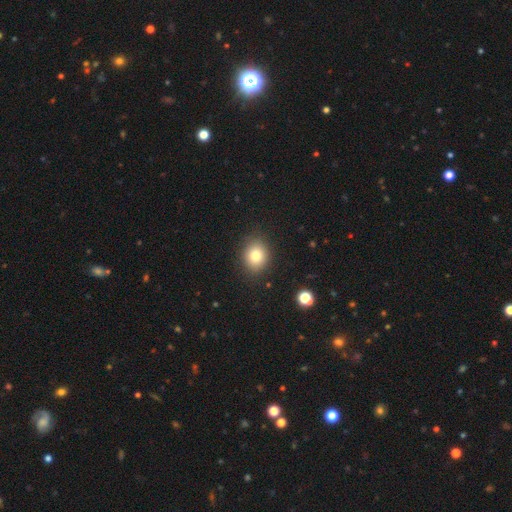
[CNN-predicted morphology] Q: Smooth or featured?
A: smooth (80%); runner-up: star or artifact (11%)
Q: How rounded?
A: round (59%); runner-up: in between (40%)
Q: Merging?
A: none (86%); runner-up: minor disturbance (9%)